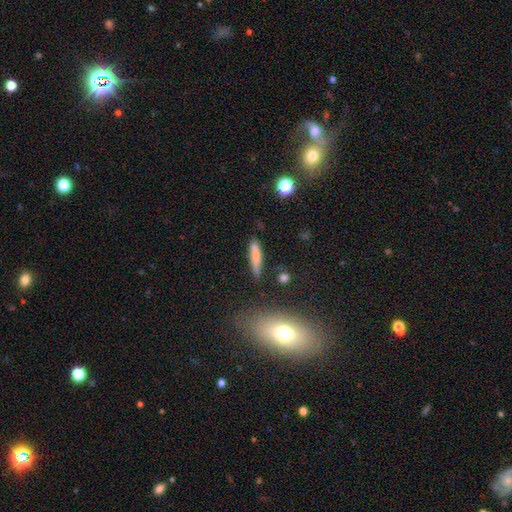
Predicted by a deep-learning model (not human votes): smooth 70%, featured or disk 22%, star or artifact 8%. Down the decision tree: how rounded — cigar-shaped (84%); merging — none (73%).